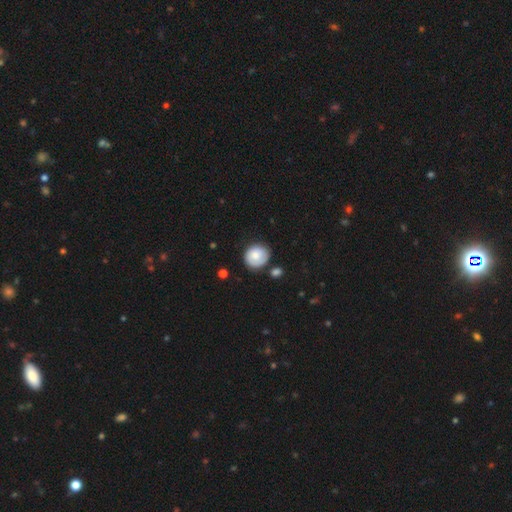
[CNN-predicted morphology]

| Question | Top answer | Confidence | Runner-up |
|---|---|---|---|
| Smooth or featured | smooth | 76% | featured or disk (17%) |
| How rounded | round | 84% | in between (15%) |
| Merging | none | 72% | minor disturbance (18%) |